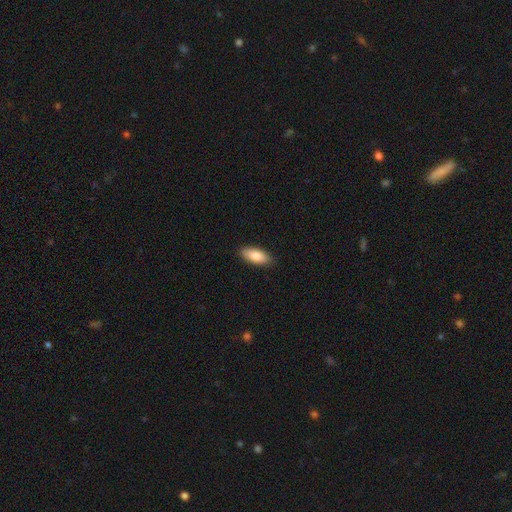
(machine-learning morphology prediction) This appears to be a smooth galaxy with no disk features (87%) that is in between round and cigar-shaped (85%). Merging: none (88%).